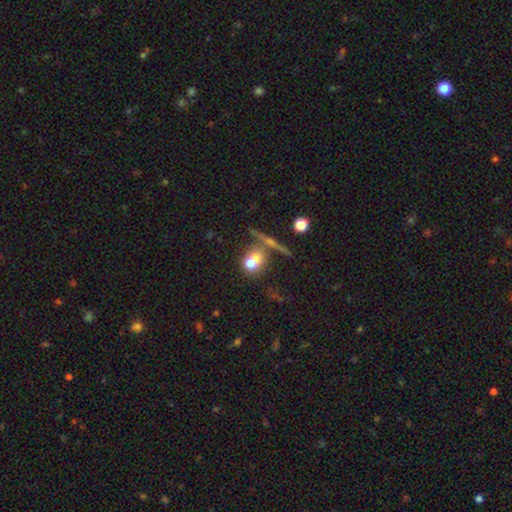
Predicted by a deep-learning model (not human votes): Smooth or featured? smooth (46%)
Merging? none (59%)